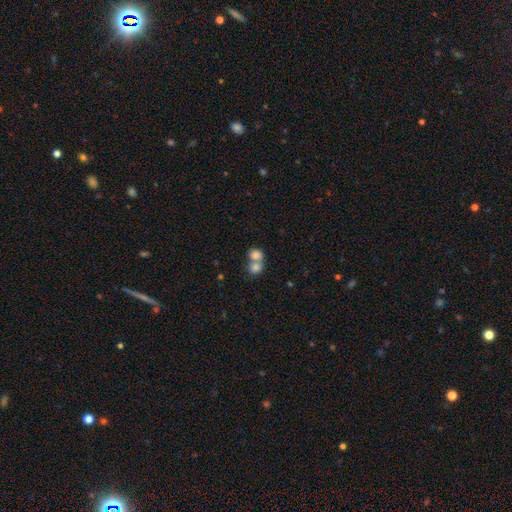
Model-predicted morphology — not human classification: Smooth or featured? smooth (79%)
How rounded? round (61%)
Merging? merger (67%)